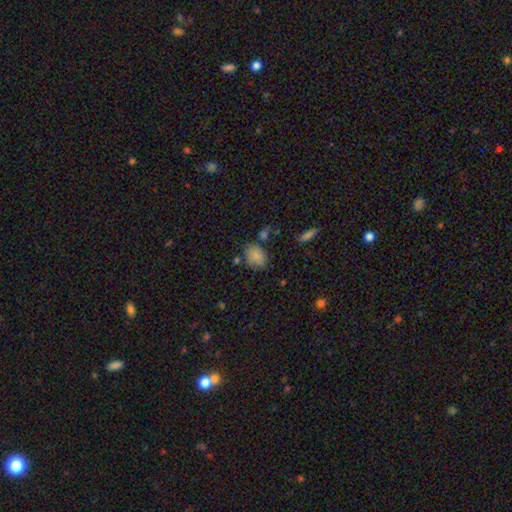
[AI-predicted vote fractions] Morphology: type=smooth (83%); roundness=in between (63%); merging=none (67%).